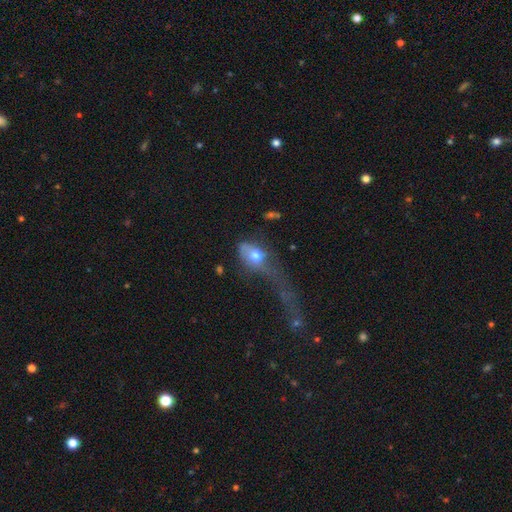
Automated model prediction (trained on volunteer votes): Q: Smooth or featured?
A: smooth (68%); runner-up: featured or disk (22%)
Q: How rounded?
A: in between (72%); runner-up: round (22%)
Q: Merging?
A: major disturbance (56%); runner-up: none (15%)